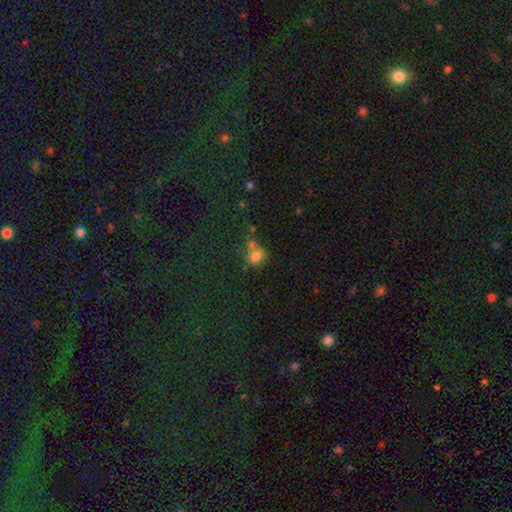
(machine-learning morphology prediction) Q: Smooth or featured?
A: smooth (70%); runner-up: star or artifact (19%)
Q: How rounded?
A: round (55%); runner-up: in between (43%)
Q: Merging?
A: none (42%); runner-up: merger (35%)